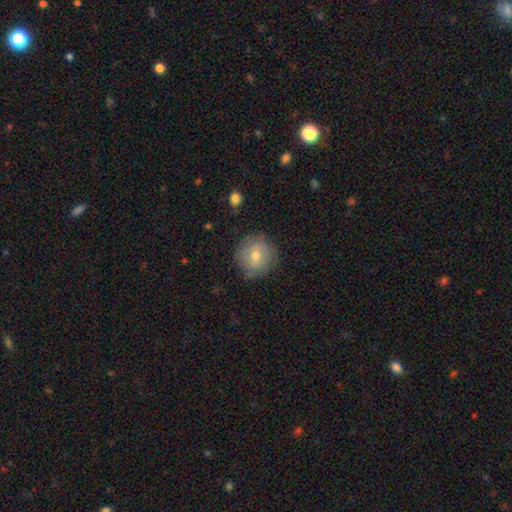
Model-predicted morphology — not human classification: Smooth or featured? smooth (68%)
How rounded? round (92%)
Merging? none (83%)